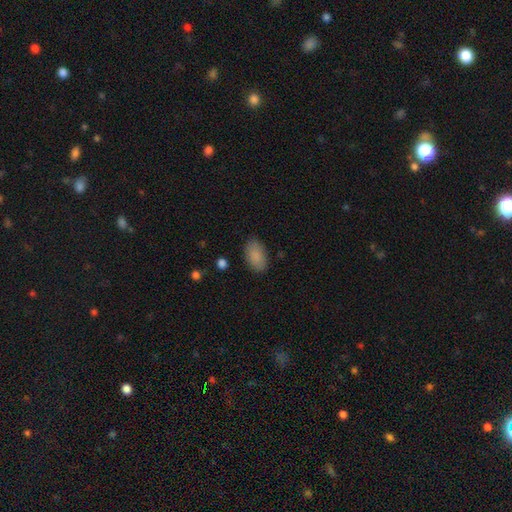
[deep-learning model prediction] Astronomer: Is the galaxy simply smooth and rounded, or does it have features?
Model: smooth — 88%.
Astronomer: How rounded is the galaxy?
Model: in between — 93%.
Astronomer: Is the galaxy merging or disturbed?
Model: none — 85%.